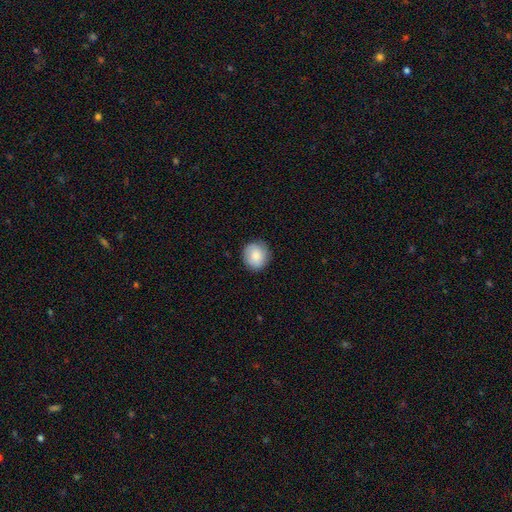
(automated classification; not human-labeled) Smooth or featured? Predicted: smooth (p=0.83). How rounded? Predicted: round (p=0.89). Merging? Predicted: none (p=0.87).